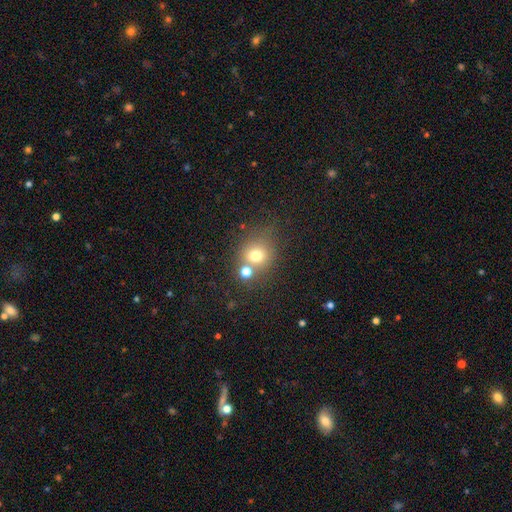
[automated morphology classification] Q: Smooth or featured?
A: smooth (72%); runner-up: star or artifact (15%)
Q: How rounded?
A: round (81%); runner-up: in between (18%)
Q: Merging?
A: none (55%); runner-up: merger (30%)